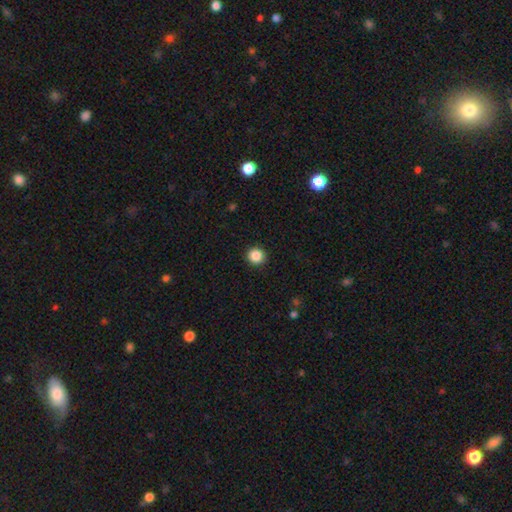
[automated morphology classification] This is clearly a smooth galaxy (87%). How rounded: clearly round (93%). Merging: clearly none (92%).